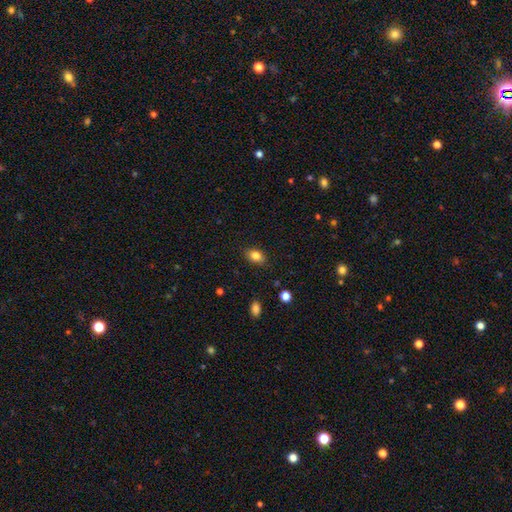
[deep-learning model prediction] smooth-or-featured: smooth: 83% | star or artifact: 10% | featured or disk: 8%
  how-rounded: in between: 78% | round: 21% | cigar-shaped: 2%
  merging: none: 86% | minor disturbance: 11% | major disturbance: 2% | merger: 1%